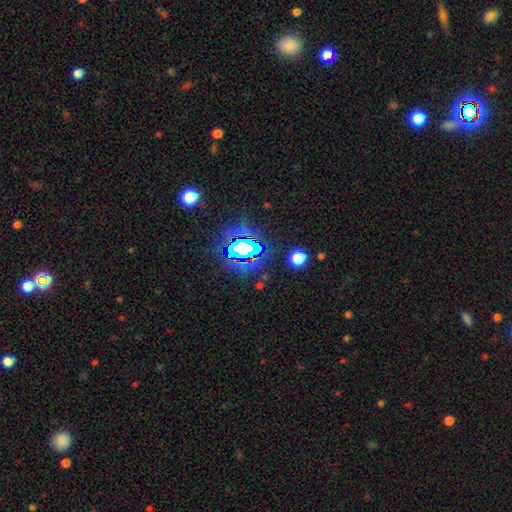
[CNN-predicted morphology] star or artifact 78%, smooth 14%, featured or disk 8%.